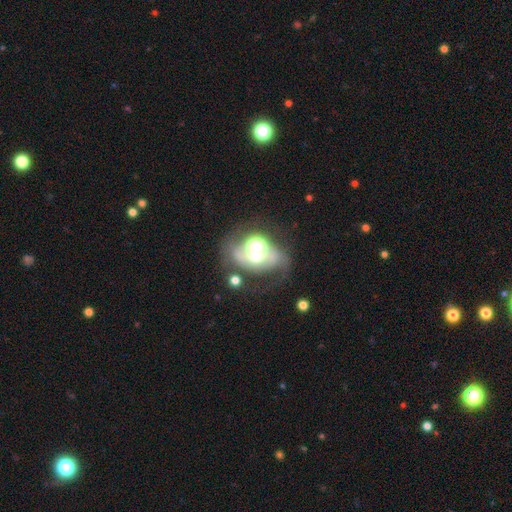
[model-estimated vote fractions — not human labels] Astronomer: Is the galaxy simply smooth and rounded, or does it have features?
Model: featured or disk — 55%.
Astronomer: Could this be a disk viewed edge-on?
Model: no — 96%.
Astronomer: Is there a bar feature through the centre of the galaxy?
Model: no — 62%.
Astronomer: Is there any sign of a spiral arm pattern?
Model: no — 53% (runner-up: yes, 47%).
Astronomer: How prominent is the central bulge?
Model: moderate — 39% (runner-up: large, 29%).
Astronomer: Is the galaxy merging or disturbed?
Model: none — 35% (runner-up: major disturbance, 30%).